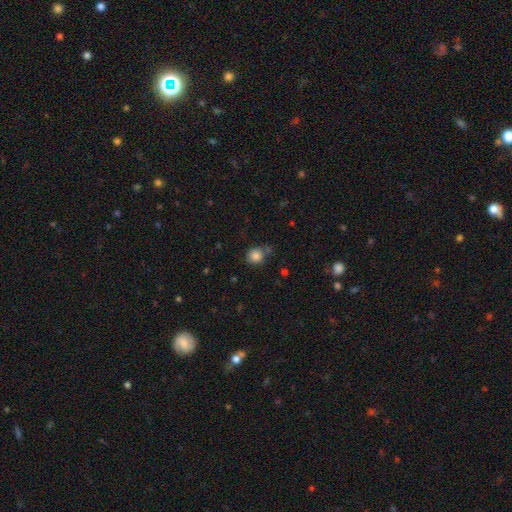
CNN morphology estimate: The model was most divided on "merging": none: 71%, minor disturbance: 16%, merger: 8%, major disturbance: 4%. More confident: how rounded — round (88%); smooth or featured — smooth (85%).